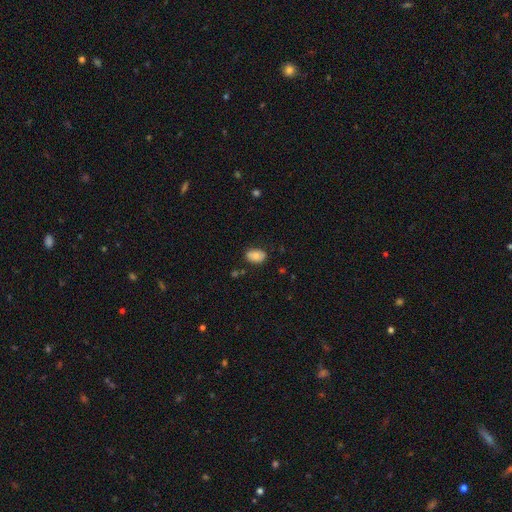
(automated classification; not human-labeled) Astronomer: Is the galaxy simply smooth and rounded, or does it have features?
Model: smooth — 78%.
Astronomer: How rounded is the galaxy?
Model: in between — 85%.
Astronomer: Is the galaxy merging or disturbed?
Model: none — 79%.